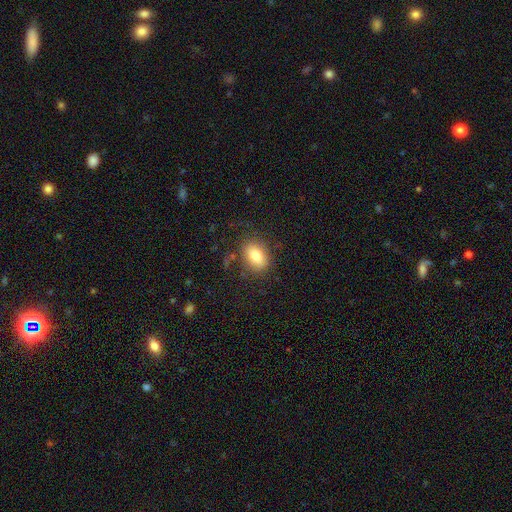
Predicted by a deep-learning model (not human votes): smooth-or-featured: smooth: 81% | featured or disk: 11% | star or artifact: 9%
  how-rounded: in between: 83% | round: 15% | cigar-shaped: 2%
  merging: none: 80% | minor disturbance: 13% | major disturbance: 5% | merger: 2%